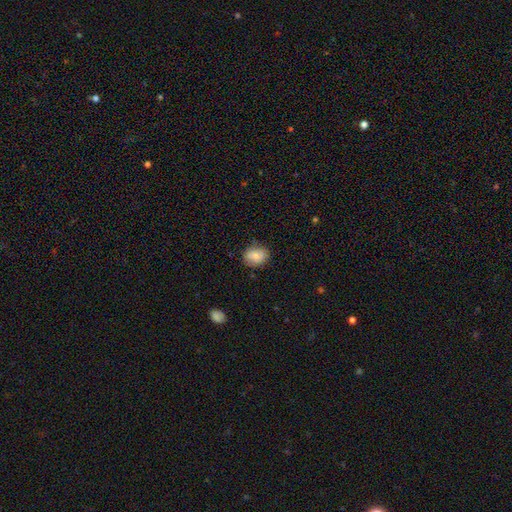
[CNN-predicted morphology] This appears to be a smooth galaxy with no disk features (83%) that is in between round and cigar-shaped (57%). Merging: none (80%).